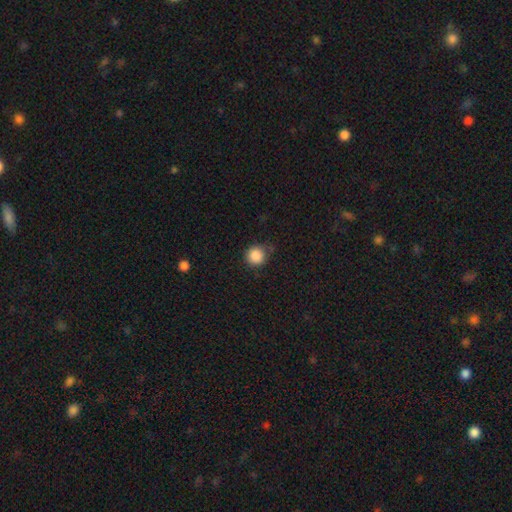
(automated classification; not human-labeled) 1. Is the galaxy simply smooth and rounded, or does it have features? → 87% smooth, 10% star or artifact, 3% featured or disk.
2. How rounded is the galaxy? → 92% round, 7% in between, 1% cigar-shaped.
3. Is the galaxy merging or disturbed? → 72% none, 21% minor disturbance, 5% major disturbance, 2% merger.